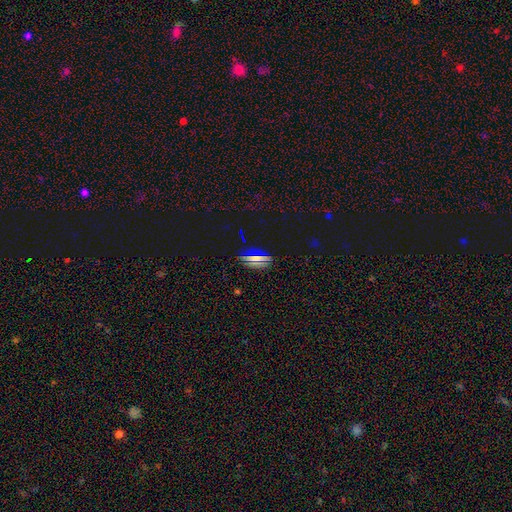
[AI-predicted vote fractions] The model was most divided on "smooth or featured": smooth: 54%, star or artifact: 34%, featured or disk: 13%. More confident: merging — none (82%); how rounded — in between (70%).